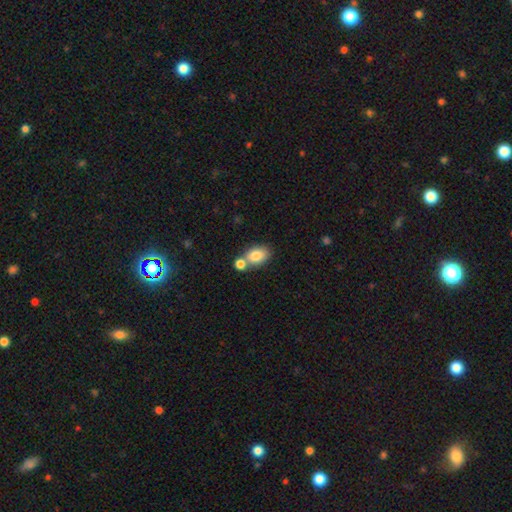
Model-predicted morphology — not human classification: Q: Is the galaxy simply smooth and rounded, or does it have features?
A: smooth — 81%.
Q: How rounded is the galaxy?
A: in between — 80%.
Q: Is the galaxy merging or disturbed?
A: none — 49%.